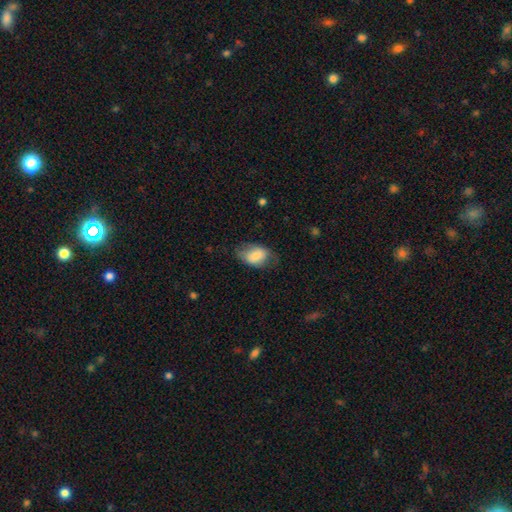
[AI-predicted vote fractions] Smooth or featured?
  - smooth: 78% *
  - featured or disk: 15%
  - star or artifact: 7%
How rounded?
  - in between: 86% *
  - round: 13%
  - cigar-shaped: 1%
Merging?
  - none: 59% *
  - minor disturbance: 28%
  - major disturbance: 12%
  - merger: 1%